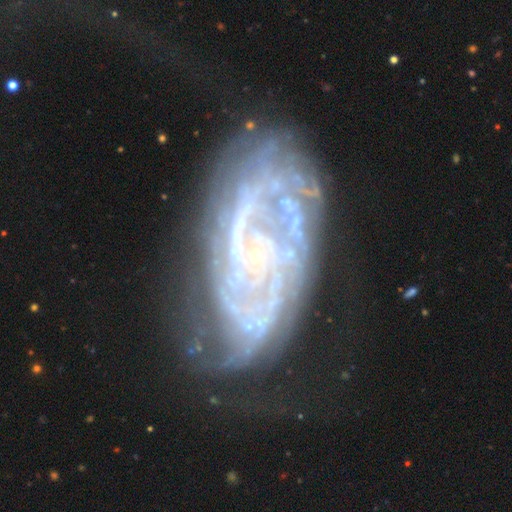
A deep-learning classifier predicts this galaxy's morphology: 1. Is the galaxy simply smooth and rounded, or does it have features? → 84% featured or disk, 8% star or artifact, 8% smooth.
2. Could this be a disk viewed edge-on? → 95% no, 5% yes.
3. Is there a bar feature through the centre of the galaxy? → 60% no, 28% weak, 12% strong.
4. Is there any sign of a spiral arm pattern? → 90% yes, 10% no.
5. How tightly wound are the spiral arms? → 60% tight, 30% medium, 10% loose.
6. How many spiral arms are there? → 36% can't tell, 25% 2, 13% 3, 10% 4, 8% more than 4, 7% 1.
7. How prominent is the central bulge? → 78% small, 12% none, 7% moderate, 1% large, 1% dominant.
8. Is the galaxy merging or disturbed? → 54% none, 22% minor disturbance, 20% major disturbance, 4% merger.